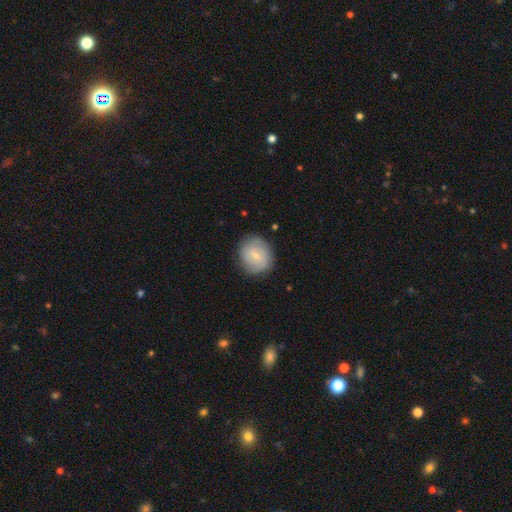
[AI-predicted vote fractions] The model was most divided on "smooth or featured": featured or disk: 49%, smooth: 44%, star or artifact: 7%. More confident: merging — none (82%).